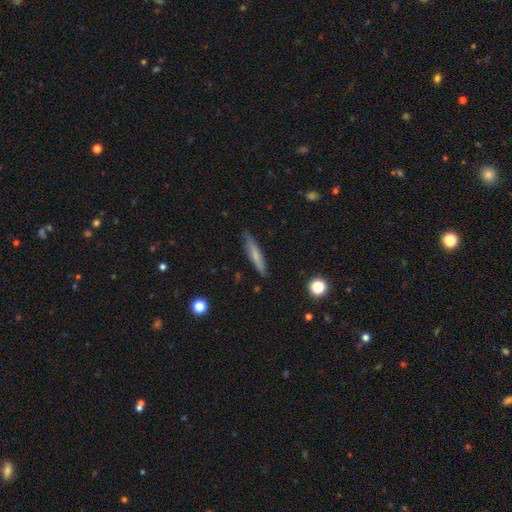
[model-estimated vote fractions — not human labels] A smooth galaxy with no disk features (67%) that is cigar-shaped (91%). Merging: none (86%).